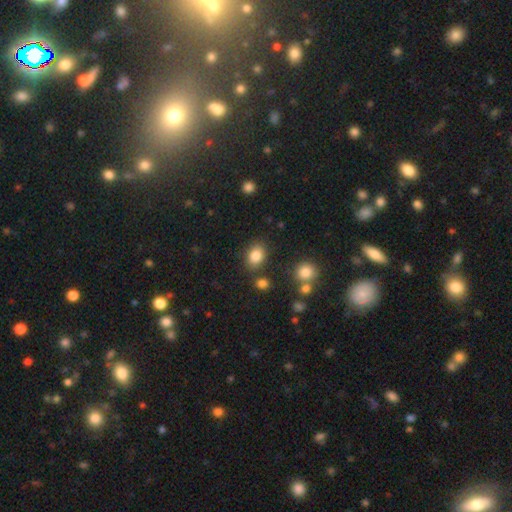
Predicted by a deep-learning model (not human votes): Q: Smooth or featured?
A: smooth (84%); runner-up: star or artifact (10%)
Q: How rounded?
A: in between (67%); runner-up: round (32%)
Q: Merging?
A: none (80%); runner-up: minor disturbance (11%)